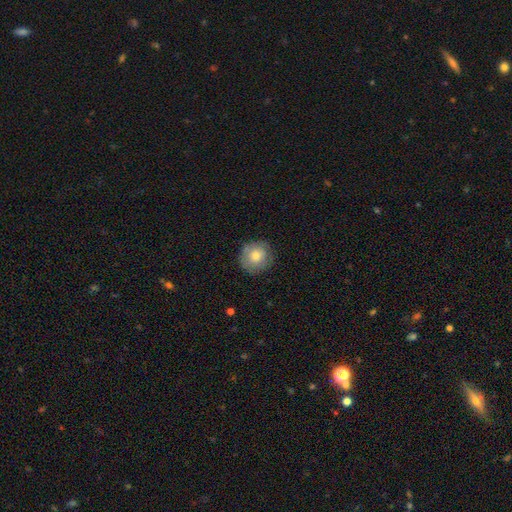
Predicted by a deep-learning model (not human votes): A smooth galaxy with no disk features (75%) that is round (89%). Merging: none (80%).